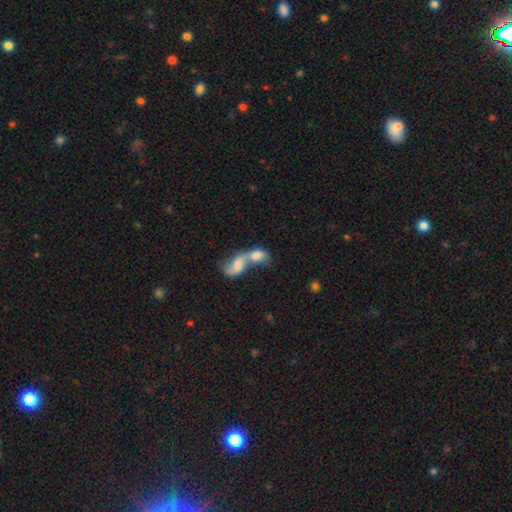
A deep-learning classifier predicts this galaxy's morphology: Smooth or featured? smooth (54%)
How rounded? in between (79%)
Merging? merger (81%)